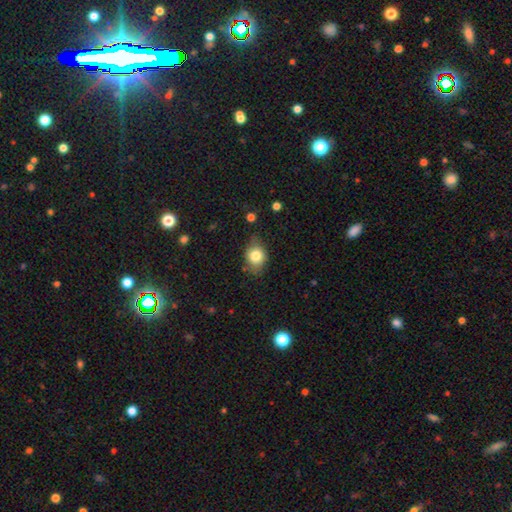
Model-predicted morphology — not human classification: Q: Smooth or featured?
A: smooth (78%); runner-up: featured or disk (13%)
Q: How rounded?
A: in between (61%); runner-up: round (37%)
Q: Merging?
A: none (66%); runner-up: minor disturbance (26%)